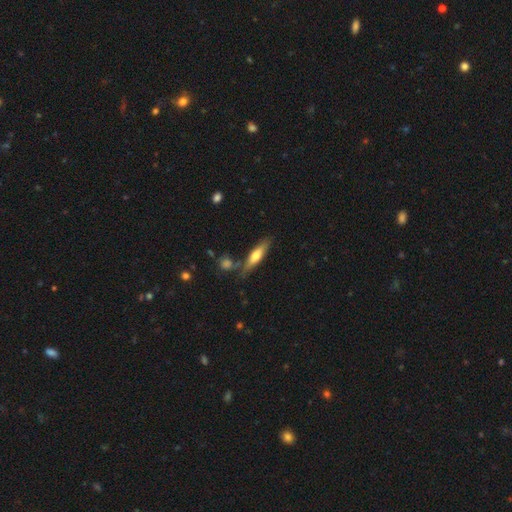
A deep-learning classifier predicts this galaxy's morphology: smooth 51%, featured or disk 43%, star or artifact 6%. Down the decision tree: how rounded — cigar-shaped (74%); merging — none (73%).